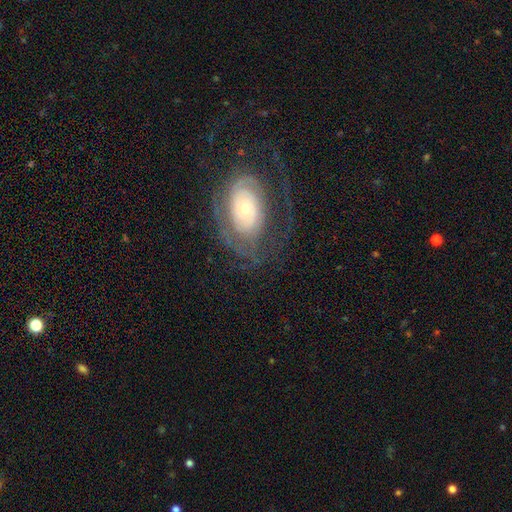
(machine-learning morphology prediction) Smooth or featured?
  - featured or disk: 67% *
  - smooth: 24%
  - star or artifact: 10%
Edge-on disk?
  - no: 94% *
  - yes: 6%
Bar?
  - no: 76% *
  - weak: 17%
  - strong: 7%
Spiral arms?
  - yes: 70% *
  - no: 30%
Bulge size?
  - small: 55% *
  - moderate: 33%
  - large: 8%
  - dominant: 3%
  - none: 2%
Merging?
  - none: 62% *
  - major disturbance: 21%
  - minor disturbance: 16%
  - merger: 1%